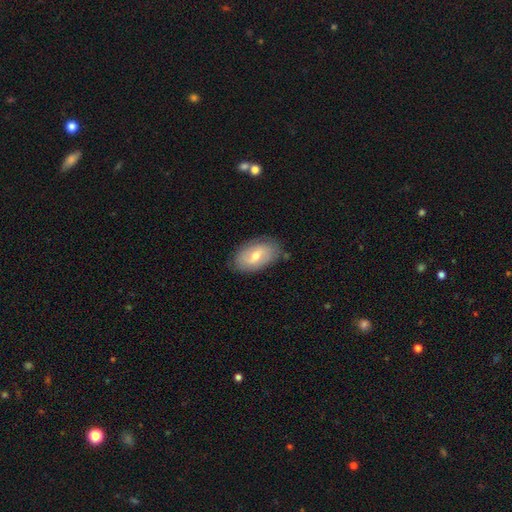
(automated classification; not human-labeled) Morphology: type=featured or disk (49%); merging=none (80%).